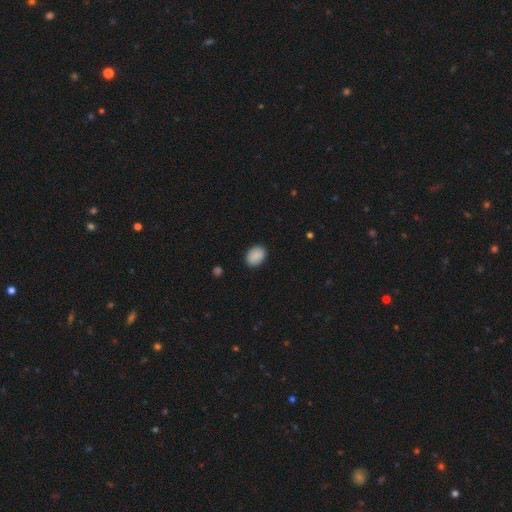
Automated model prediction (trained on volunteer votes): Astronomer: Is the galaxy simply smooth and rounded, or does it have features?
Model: smooth — 89%.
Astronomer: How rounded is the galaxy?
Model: in between — 74%.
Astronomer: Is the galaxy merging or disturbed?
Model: none — 88%.